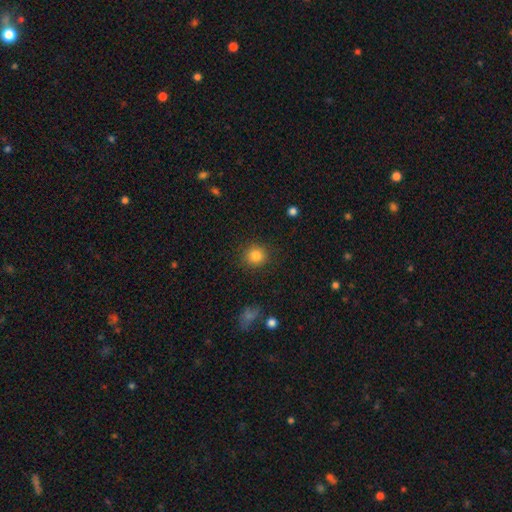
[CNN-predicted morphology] smooth-or-featured: smooth: 84% | star or artifact: 11% | featured or disk: 5%
  how-rounded: round: 89% | in between: 10% | cigar-shaped: 1%
  merging: none: 88% | minor disturbance: 7% | major disturbance: 3% | merger: 1%